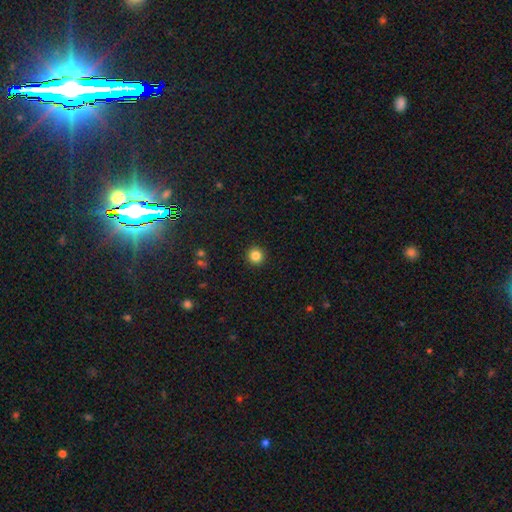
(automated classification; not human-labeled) This is clearly a smooth galaxy (85%). How rounded: clearly round (95%). Merging: clearly none (93%).